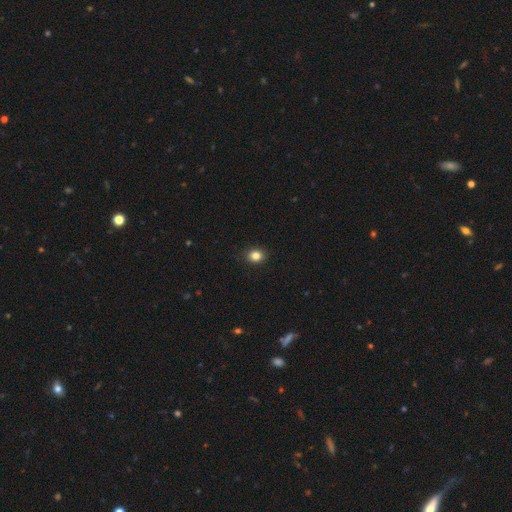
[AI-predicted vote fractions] The model was most divided on "how rounded": round: 59%, in between: 40%, cigar-shaped: 1%. More confident: merging — none (90%); smooth or featured — smooth (84%).